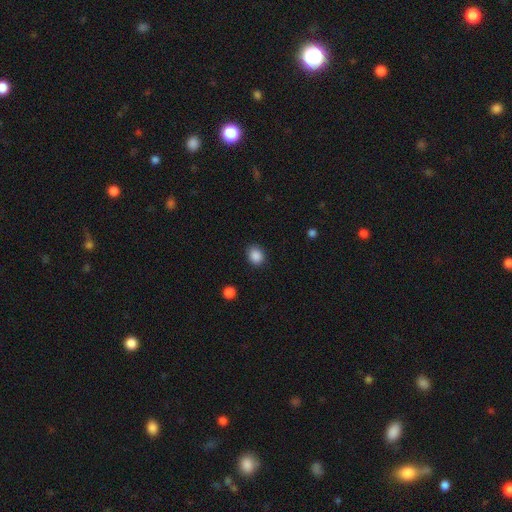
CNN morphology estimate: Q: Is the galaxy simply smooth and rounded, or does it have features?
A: smooth — 87%.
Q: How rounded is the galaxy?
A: round — 61%.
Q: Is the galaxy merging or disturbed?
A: none — 87%.